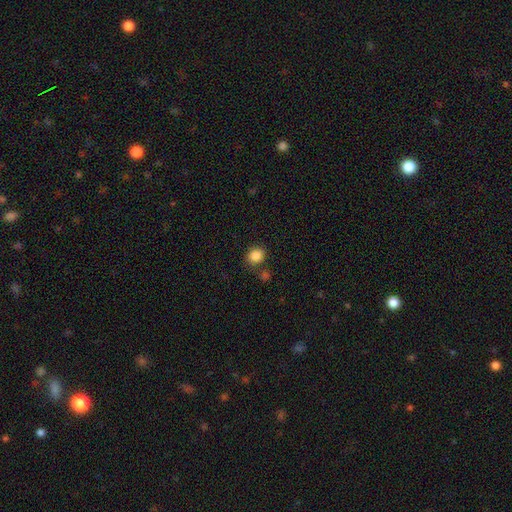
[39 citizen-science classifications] A smooth galaxy with no disk features (87%) that is round (91%).

Vote fractions:
- Smooth or featured? smooth: 87% / star or artifact: 10% / featured or disk: 3%
- How rounded? round: 91% / in between: 6% / cigar-shaped: 3%
- Merging? none: 63% / minor disturbance: 17% / merger: 17% / major disturbance: 3%